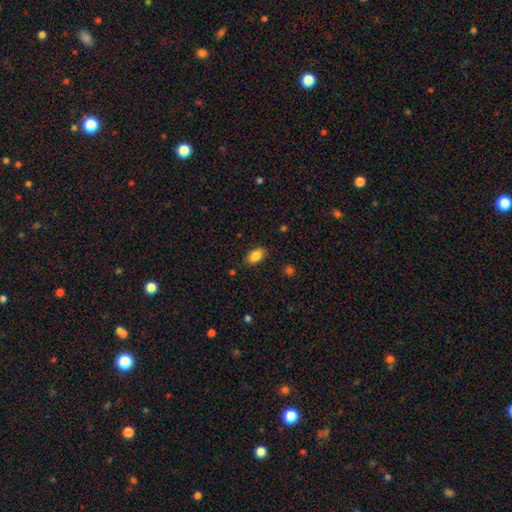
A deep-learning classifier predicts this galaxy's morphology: A smooth galaxy with no disk features (87%) that is in between round and cigar-shaped (90%).

Vote fractions:
- Smooth or featured? smooth: 87% / star or artifact: 8% / featured or disk: 5%
- How rounded? in between: 90% / round: 8% / cigar-shaped: 2%
- Merging? none: 84% / minor disturbance: 12% / major disturbance: 3% / merger: 1%